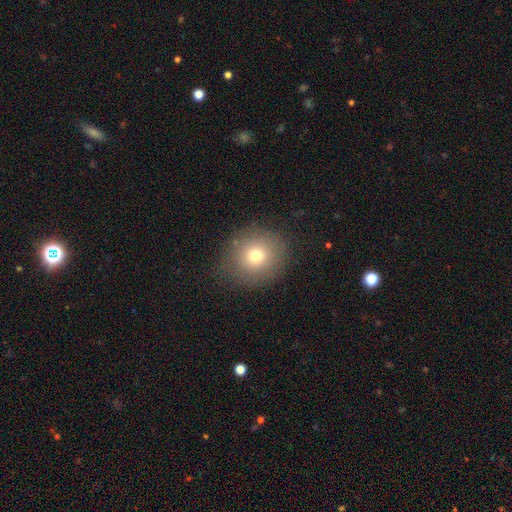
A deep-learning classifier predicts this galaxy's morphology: Smooth or featured? smooth (74%)
How rounded? round (86%)
Merging? none (85%)